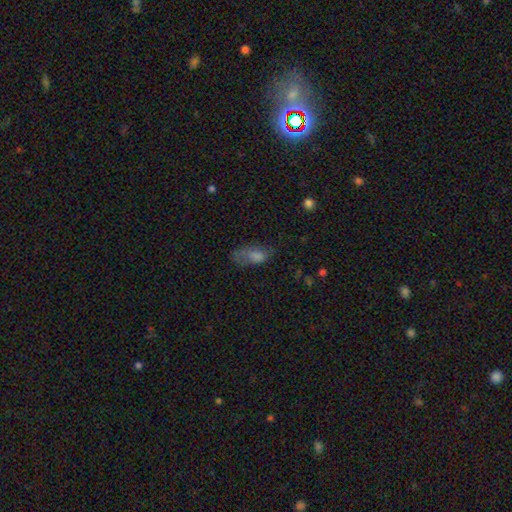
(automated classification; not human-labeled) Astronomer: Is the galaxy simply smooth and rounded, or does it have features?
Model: smooth — 63%.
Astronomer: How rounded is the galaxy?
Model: in between — 80%.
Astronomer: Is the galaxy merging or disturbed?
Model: none — 43% (runner-up: minor disturbance, 29%).